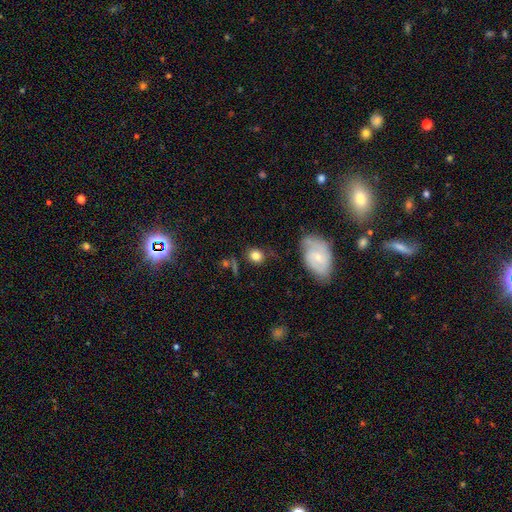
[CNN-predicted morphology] Smooth or featured? Predicted: smooth (p=0.78). How rounded? Predicted: round (p=0.71). Merging? Predicted: none (p=0.75).